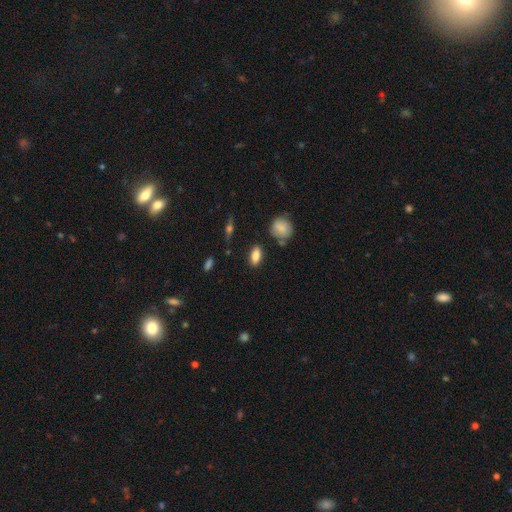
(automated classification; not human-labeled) Smooth or featured? Predicted: smooth (p=0.82). How rounded? Predicted: in between (p=0.83). Merging? Predicted: none (p=0.83).